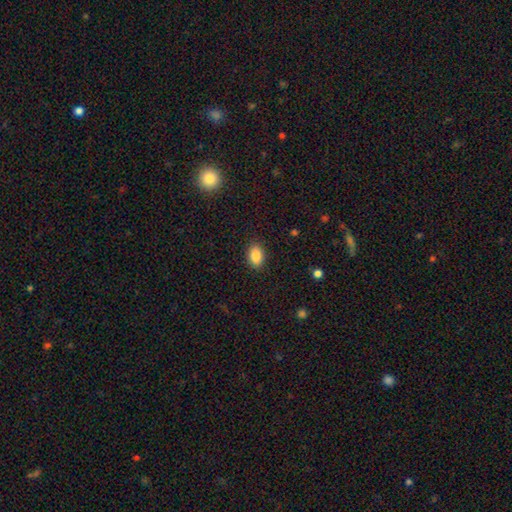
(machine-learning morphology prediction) type=smooth (87%); roundness=in between (86%); merging=none (88%).